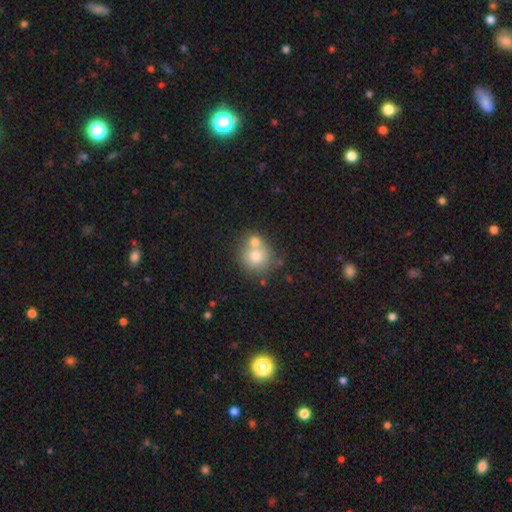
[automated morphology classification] Overall: smooth (71%). How rounded: round (86%). Merging: none (45%; merger 44%).